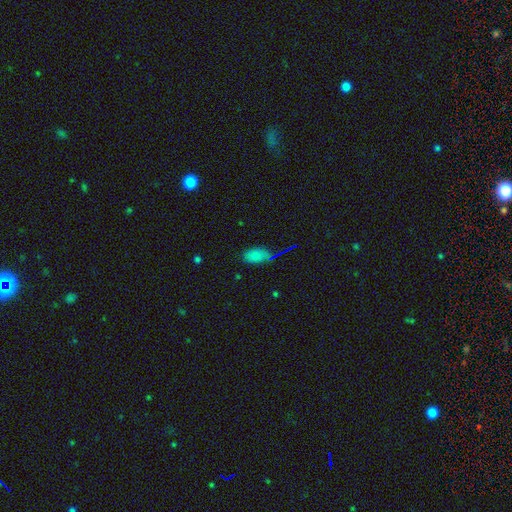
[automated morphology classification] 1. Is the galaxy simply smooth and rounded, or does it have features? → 74% smooth, 18% star or artifact, 7% featured or disk.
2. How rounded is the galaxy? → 90% in between, 7% round, 3% cigar-shaped.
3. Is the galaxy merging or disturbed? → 75% none, 16% minor disturbance, 5% merger, 4% major disturbance.